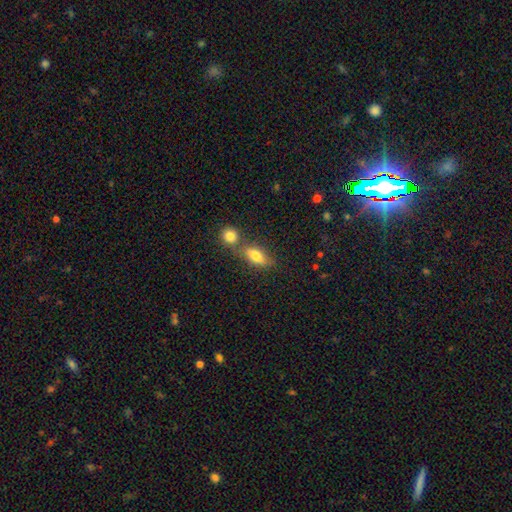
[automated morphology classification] smooth-or-featured: smooth: 74% | featured or disk: 17% | star or artifact: 9%
  how-rounded: in between: 76% | cigar-shaped: 16% | round: 8%
  merging: none: 53% | merger: 30% | minor disturbance: 12% | major disturbance: 4%